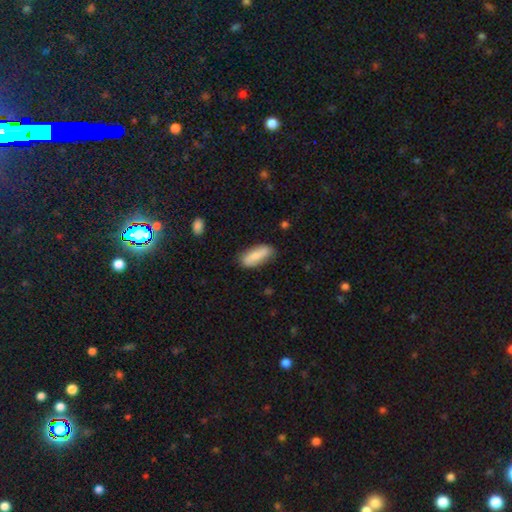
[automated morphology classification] Smooth or featured? smooth (72%)
How rounded? in between (71%)
Merging? none (79%)